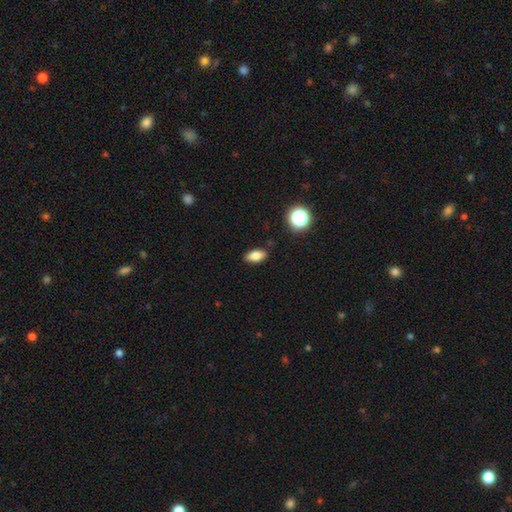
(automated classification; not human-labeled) smooth-or-featured: smooth: 80% | star or artifact: 10% | featured or disk: 10%
  how-rounded: in between: 86% | cigar-shaped: 7% | round: 6%
  merging: none: 87% | minor disturbance: 9% | major disturbance: 2% | merger: 2%